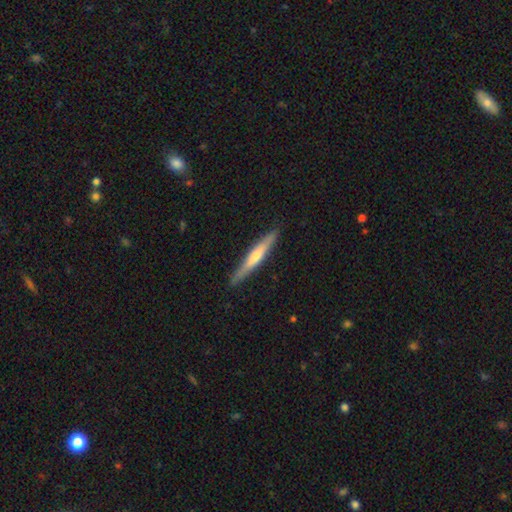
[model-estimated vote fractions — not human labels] Smooth or featured: featured or disk — 55% (smooth — 40%)
Edge-on disk: yes — 96% (no — 4%)
Edge-on bulge: rounded — 62% (none — 29%)
Merging: none — 89% (minor disturbance — 8%)